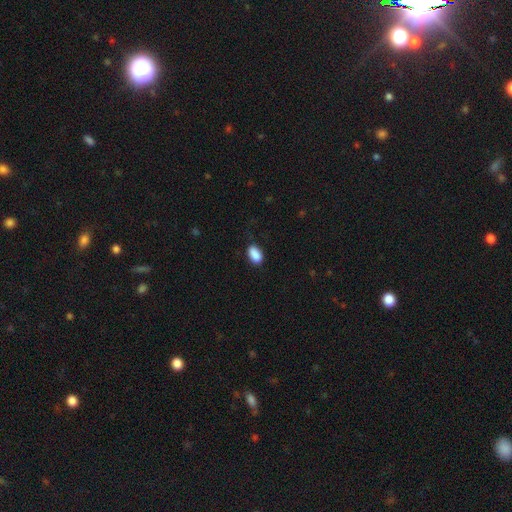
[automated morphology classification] Smooth or featured?
  - smooth: 89% *
  - star or artifact: 7%
  - featured or disk: 3%
How rounded?
  - in between: 92% *
  - round: 6%
  - cigar-shaped: 2%
Merging?
  - none: 76% *
  - minor disturbance: 19%
  - major disturbance: 4%
  - merger: 1%